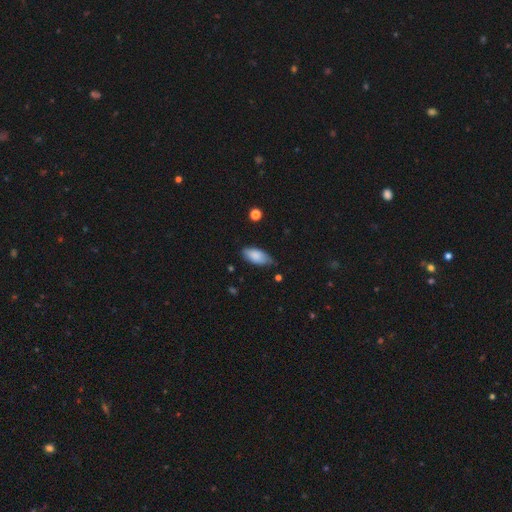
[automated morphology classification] The model was most divided on "merging": none: 70%, minor disturbance: 24%, major disturbance: 4%, merger: 2%. More confident: how rounded — in between (90%); smooth or featured — smooth (84%).